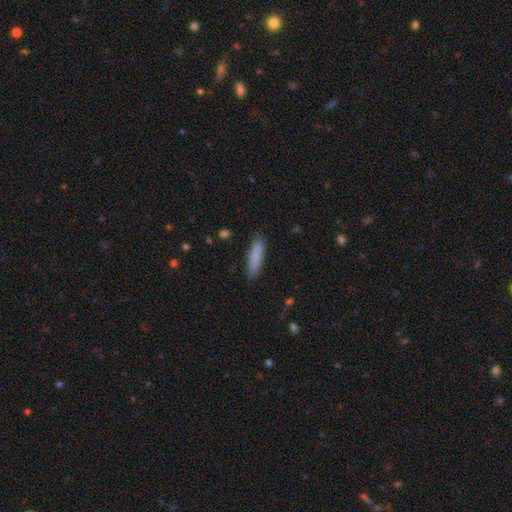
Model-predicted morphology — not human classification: Smooth or featured: smooth — 85% (featured or disk — 9%)
How rounded: cigar-shaped — 77% (in between — 22%)
Merging: none — 85% (minor disturbance — 11%)